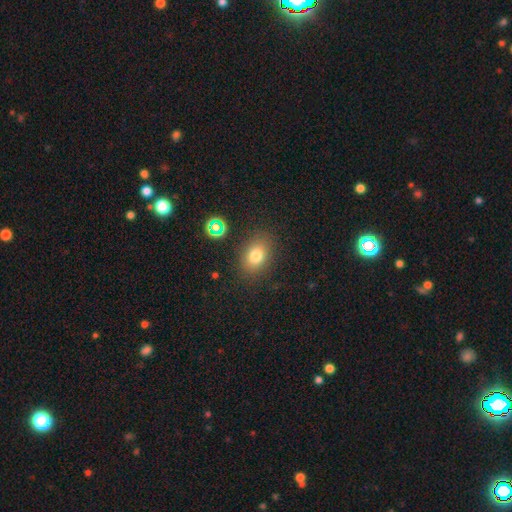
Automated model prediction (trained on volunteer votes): Overall: smooth (77%). How rounded: in between (70%). Merging: none (83%).